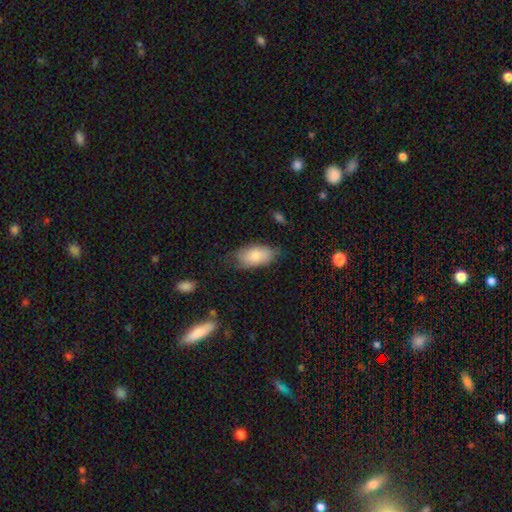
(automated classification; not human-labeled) Smooth or featured? smooth (78%)
How rounded? in between (93%)
Merging? none (61%)